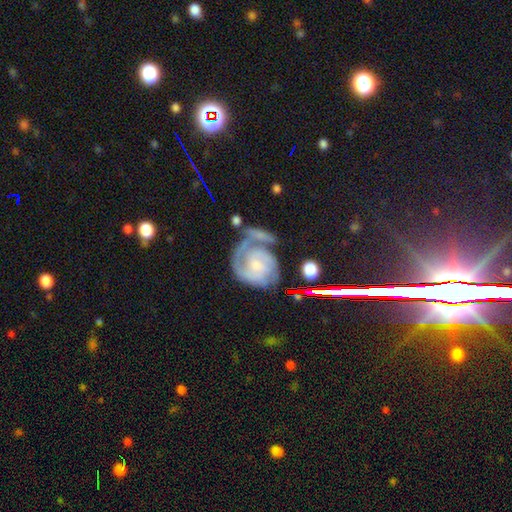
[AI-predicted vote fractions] Q: Smooth or featured?
A: featured or disk (80%); runner-up: smooth (12%)
Q: Edge-on disk?
A: no (97%); runner-up: yes (3%)
Q: Bar?
A: no (65%); runner-up: weak (28%)
Q: Spiral arms?
A: yes (94%); runner-up: no (6%)
Q: Spiral winding?
A: tight (61%); runner-up: medium (30%)
Q: Spiral arm count?
A: 2 (50%); runner-up: can't tell (18%)
Q: Bulge size?
A: small (56%); runner-up: moderate (25%)
Q: Merging?
A: none (43%); runner-up: minor disturbance (22%)